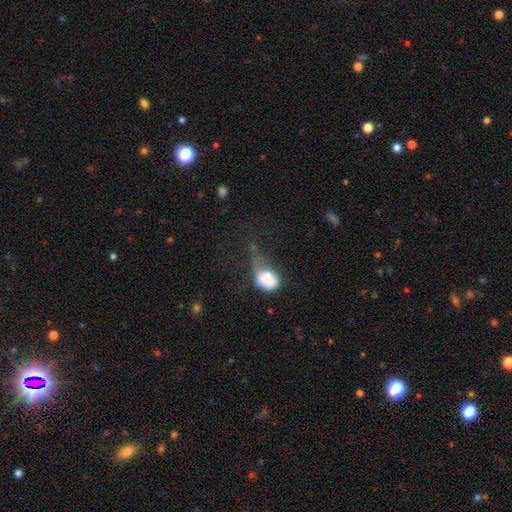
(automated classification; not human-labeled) This is likely a smooth galaxy (63%). How rounded: possibly in between (56%). Merging: possibly major disturbance (48%).